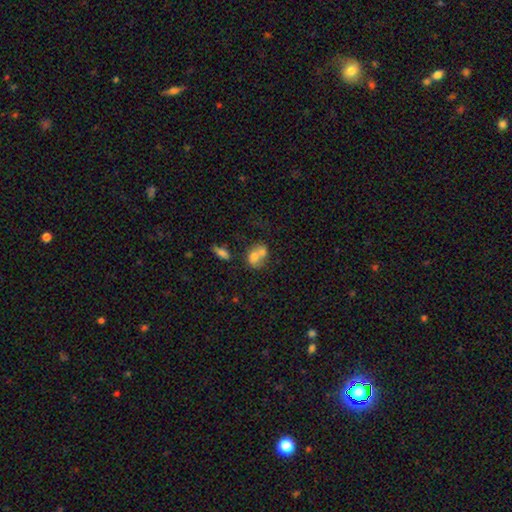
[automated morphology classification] Smooth or featured?
  - smooth: 68% *
  - featured or disk: 22%
  - star or artifact: 10%
How rounded?
  - in between: 57% *
  - round: 42%
  - cigar-shaped: 1%
Merging?
  - merger: 63% *
  - none: 23%
  - minor disturbance: 9%
  - major disturbance: 5%